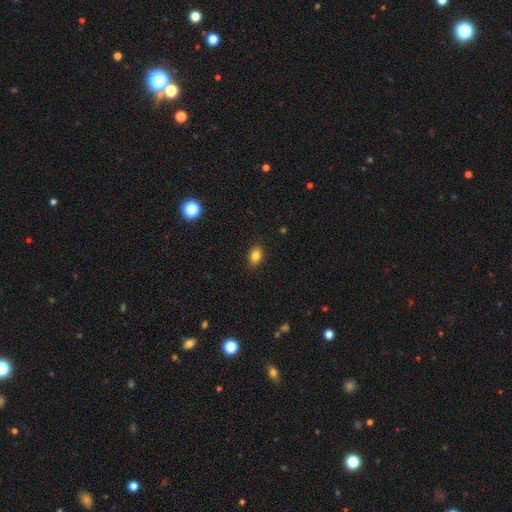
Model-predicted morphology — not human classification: type=smooth (83%); roundness=in between (79%); merging=none (88%).